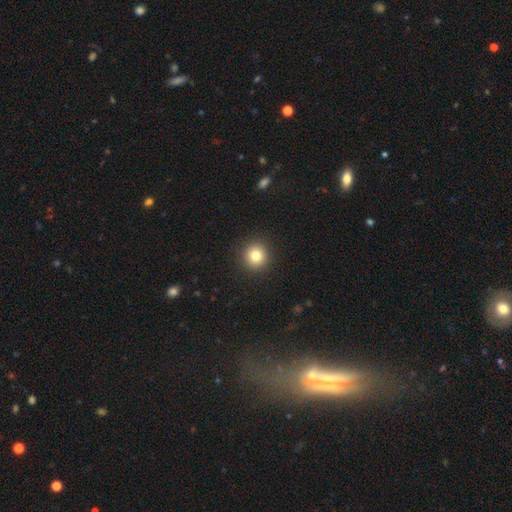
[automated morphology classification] The model was most divided on "smooth or featured": smooth: 81%, star or artifact: 11%, featured or disk: 8%. More confident: how rounded — round (93%); merging — none (92%).